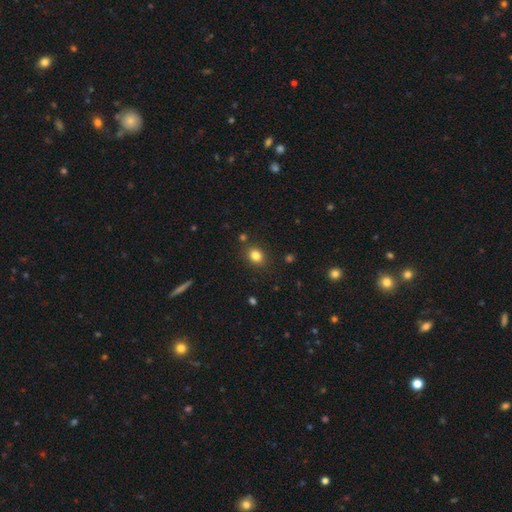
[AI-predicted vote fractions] A smooth galaxy with no disk features (82%) that is round (56%). Merging: none (85%).